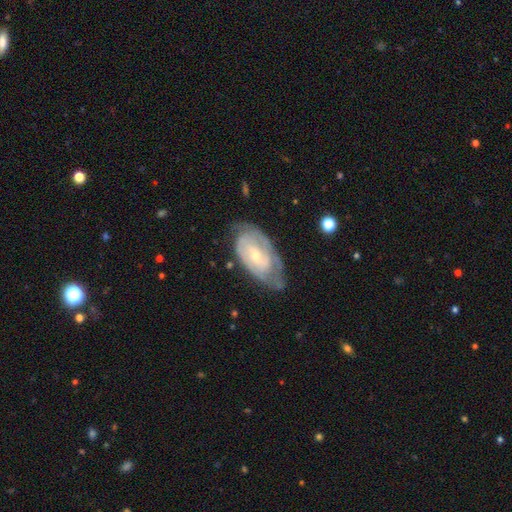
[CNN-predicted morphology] This appears to be a featured or disk galaxy (78%) with no bar (54%), 2 (41%, tied with can't tell) tight (65%) spiral arms (85%) and a small central bulge (65%). Merging: none (62%).